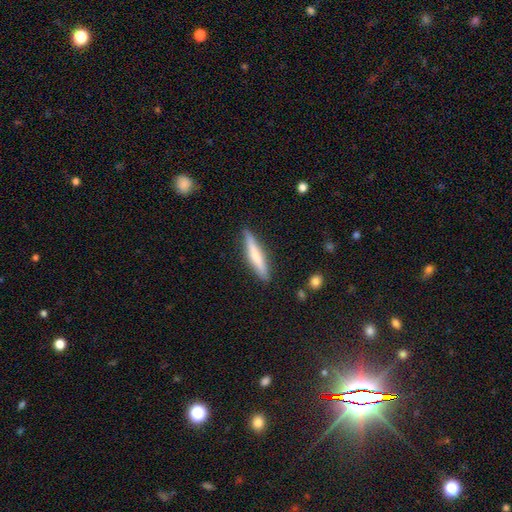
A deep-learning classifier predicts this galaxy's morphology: A smooth galaxy with no disk features (60%) that is cigar-shaped (89%).

Vote fractions:
- Smooth or featured? smooth: 60% / featured or disk: 34% / star or artifact: 6%
- How rounded? cigar-shaped: 89% / in between: 9% / round: 1%
- Merging? none: 86% / minor disturbance: 10% / major disturbance: 2% / merger: 1%